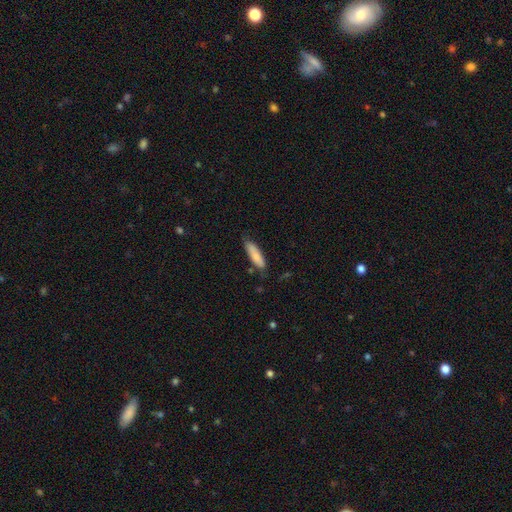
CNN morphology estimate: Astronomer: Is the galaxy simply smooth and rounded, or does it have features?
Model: smooth — 82%.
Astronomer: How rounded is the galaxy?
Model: cigar-shaped — 60% (runner-up: in between, 38%).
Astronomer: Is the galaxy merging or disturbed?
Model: none — 74%.